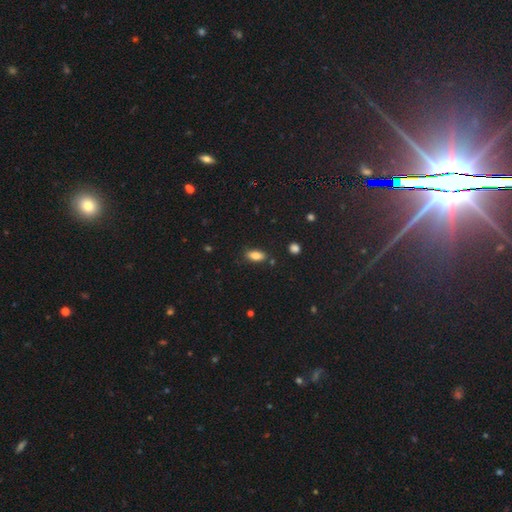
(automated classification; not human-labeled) Smooth or featured? Predicted: smooth (p=0.82). How rounded? Predicted: in between (p=0.86). Merging? Predicted: none (p=0.82).